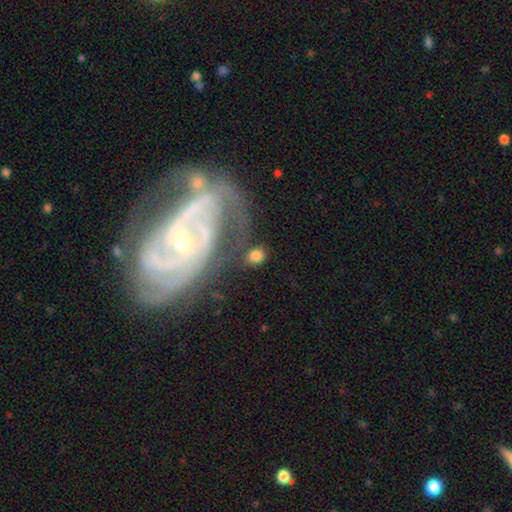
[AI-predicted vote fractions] This appears to be a smooth galaxy with no disk features (70%) that is in between round and cigar-shaped (50%). Merging: none (67%).